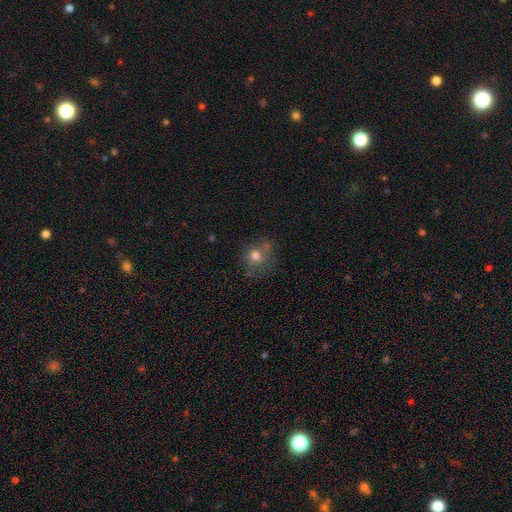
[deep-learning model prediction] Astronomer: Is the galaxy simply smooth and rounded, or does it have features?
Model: smooth — 72%.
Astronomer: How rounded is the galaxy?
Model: round — 77%.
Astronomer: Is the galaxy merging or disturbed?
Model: none — 59%.